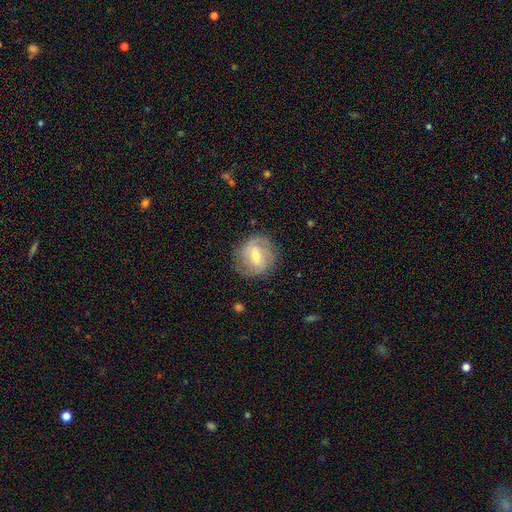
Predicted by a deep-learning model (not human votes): featured or disk 70%, smooth 23%, star or artifact 6%. Down the decision tree: edge-on disk — no (96%); bar — weak (53%); spiral arms — yes (84%); spiral arm count — 2 (56%); spiral winding — tight (43%); bulge size — moderate (67%); merging — none (79%).